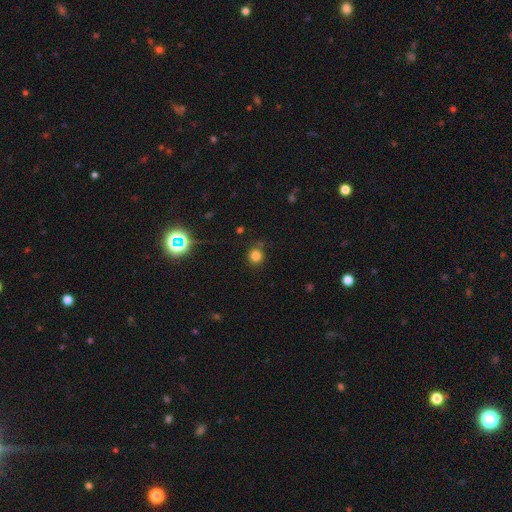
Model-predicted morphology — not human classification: smooth 79%, star or artifact 15%, featured or disk 5%. Down the decision tree: how rounded — round (91%); merging — none (83%).